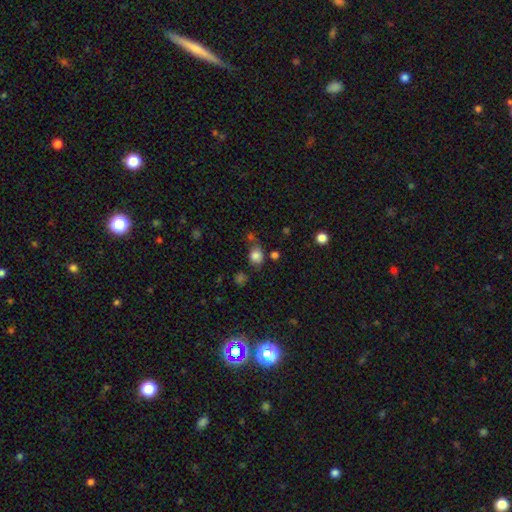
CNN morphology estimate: This is clearly a smooth galaxy (81%). How rounded: likely round (61%). Merging: likely none (62%).